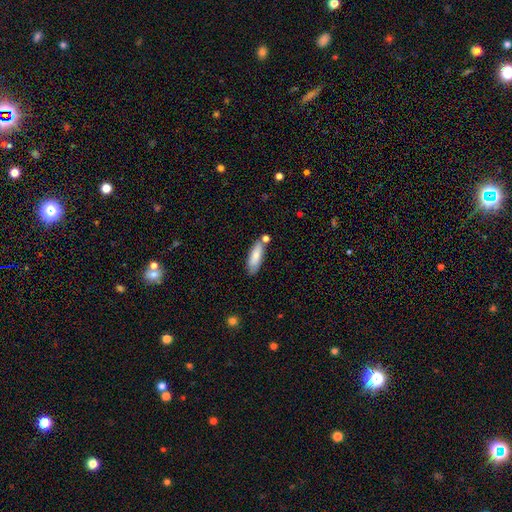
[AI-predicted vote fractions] Smooth or featured? Predicted: smooth (p=0.78). How rounded? Predicted: in between (p=0.53). Merging? Predicted: none (p=0.72).